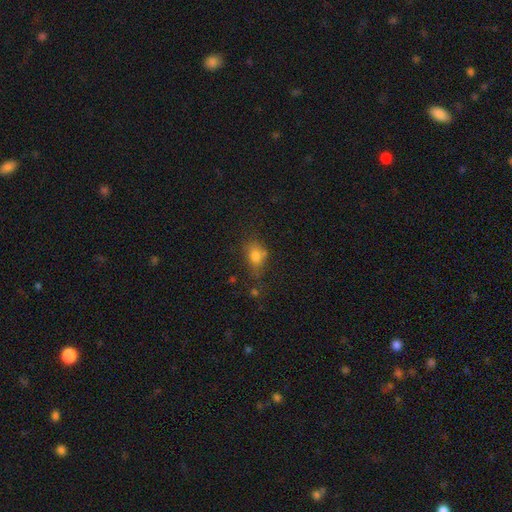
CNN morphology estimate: smooth_or_featured: smooth (p=0.77) [alt: star or artifact p=0.13]
how_rounded: in between (p=0.67) [alt: round p=0.30]
merging: none (p=0.53) [alt: minor disturbance p=0.25]